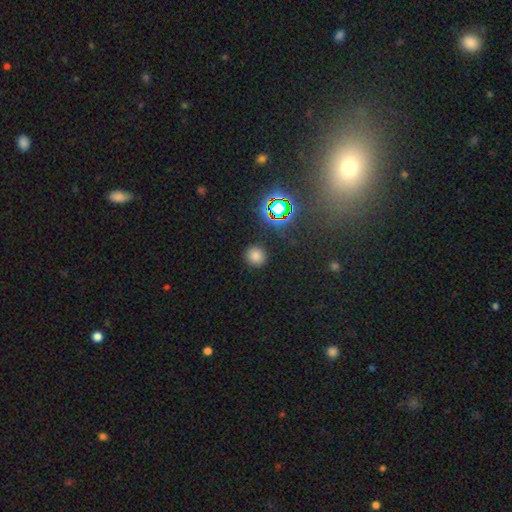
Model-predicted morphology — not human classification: type=smooth (75%); roundness=round (89%); merging=none (89%).